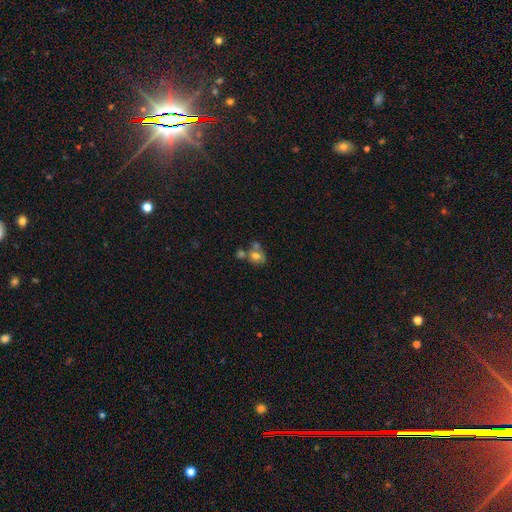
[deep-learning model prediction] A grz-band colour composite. It shows a smooth galaxy with no disk features (64%) that is round (49%, tied with in between). Merging: merger (46%).